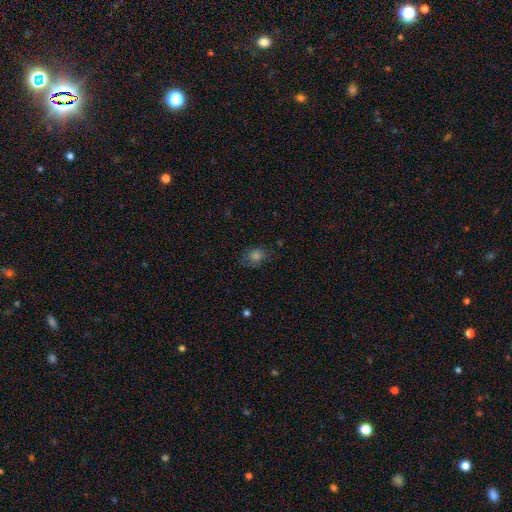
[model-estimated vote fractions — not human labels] Smooth or featured? smooth (63%)
How rounded? in between (57%)
Merging? none (68%)